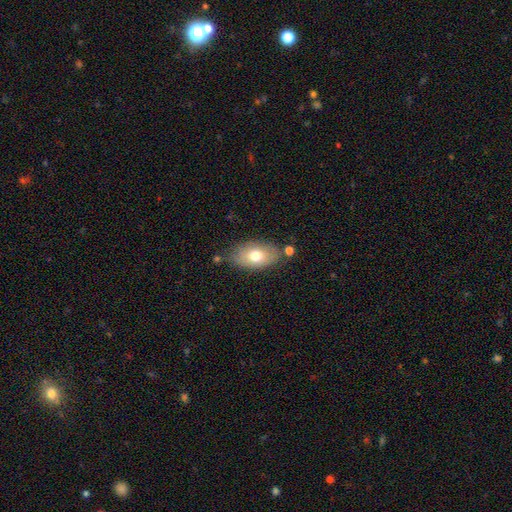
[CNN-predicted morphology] Smooth or featured? Predicted: smooth (p=0.71). How rounded? Predicted: in between (p=0.91). Merging? Predicted: none (p=0.74).